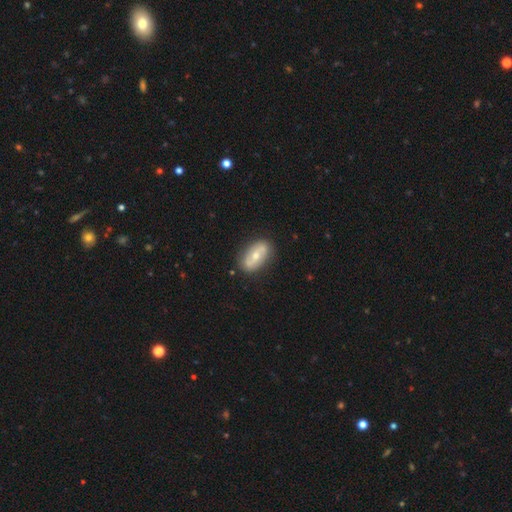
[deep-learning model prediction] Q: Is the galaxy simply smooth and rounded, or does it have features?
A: featured or disk — 56%.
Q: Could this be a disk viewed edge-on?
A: no — 91%.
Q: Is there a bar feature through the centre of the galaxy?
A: no — 41%.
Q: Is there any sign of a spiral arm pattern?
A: yes — 62%.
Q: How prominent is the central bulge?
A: moderate — 61%.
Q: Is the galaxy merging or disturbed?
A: none — 85%.